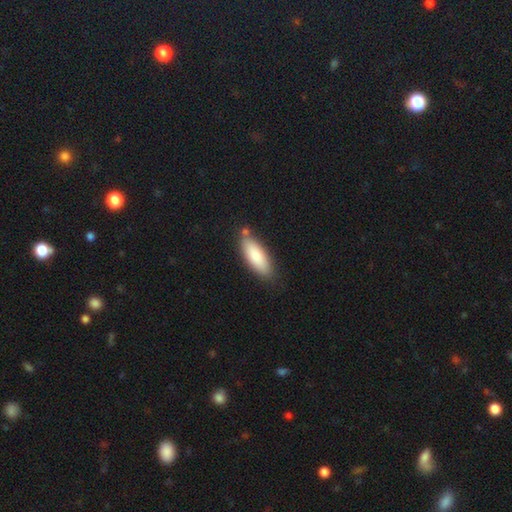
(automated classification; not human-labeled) Smooth or featured: smooth — 84% (featured or disk — 11%)
How rounded: in between — 65% (cigar-shaped — 33%)
Merging: none — 75% (minor disturbance — 14%)